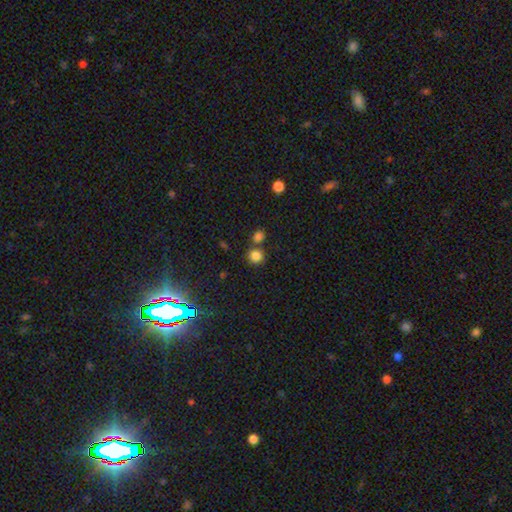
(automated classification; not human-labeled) The model was most divided on "merging": none: 67%, merger: 22%, minor disturbance: 8%, major disturbance: 3%. More confident: how rounded — round (87%); smooth or featured — smooth (82%).